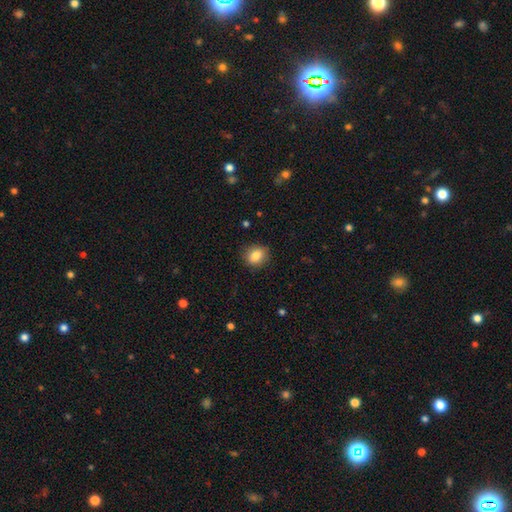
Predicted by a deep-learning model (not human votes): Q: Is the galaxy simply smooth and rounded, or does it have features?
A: smooth — 84%.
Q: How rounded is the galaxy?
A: round — 65%.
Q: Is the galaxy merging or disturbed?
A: none — 87%.